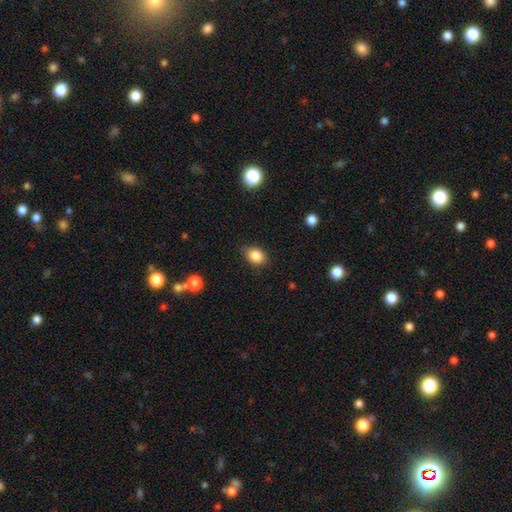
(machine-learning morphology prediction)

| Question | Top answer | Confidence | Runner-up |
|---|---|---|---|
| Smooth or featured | smooth | 84% | star or artifact (9%) |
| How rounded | in between | 64% | round (35%) |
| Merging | none | 77% | minor disturbance (18%) |